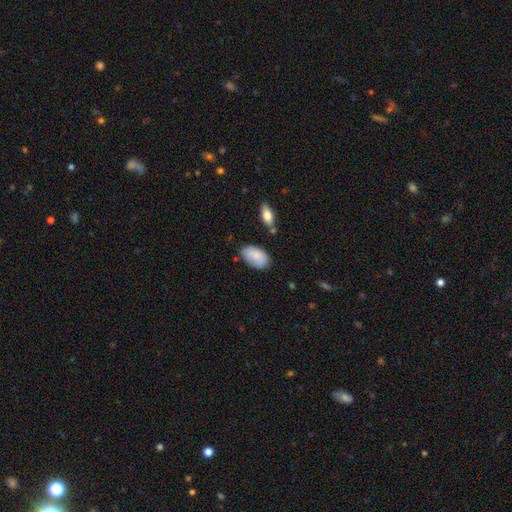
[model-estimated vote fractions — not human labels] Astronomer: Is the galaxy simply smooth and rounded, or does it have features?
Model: smooth — 84%.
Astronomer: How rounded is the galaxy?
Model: in between — 94%.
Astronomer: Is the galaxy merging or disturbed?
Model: none — 68%.